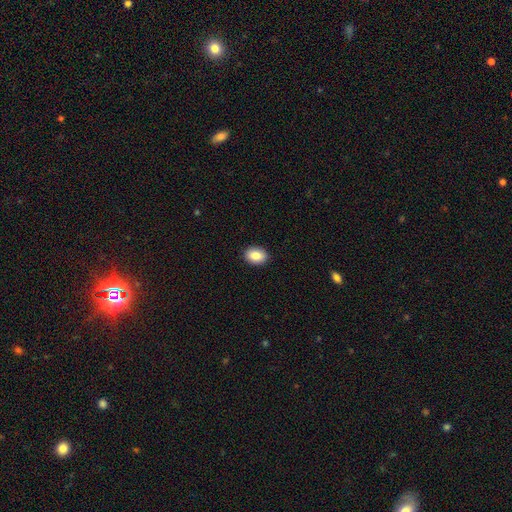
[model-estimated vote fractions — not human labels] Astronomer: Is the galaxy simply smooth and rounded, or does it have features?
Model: smooth — 86%.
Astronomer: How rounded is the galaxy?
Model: in between — 74%.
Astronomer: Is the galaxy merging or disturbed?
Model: none — 91%.